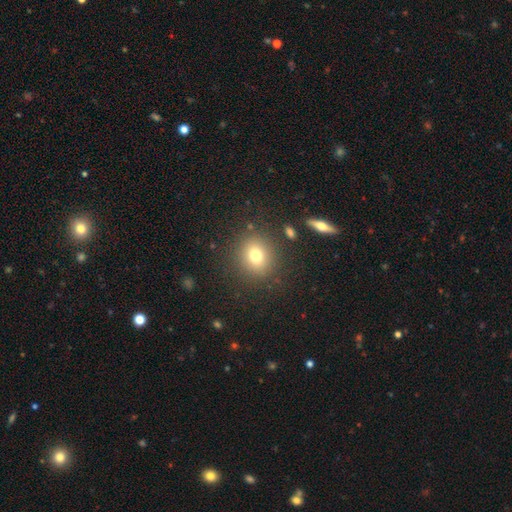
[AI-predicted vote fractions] The model was most divided on "how rounded": round: 78%, in between: 21%, cigar-shaped: 1%. More confident: merging — none (86%); smooth or featured — smooth (75%).